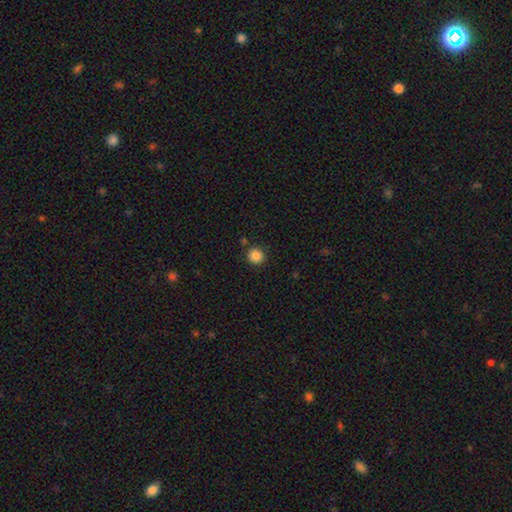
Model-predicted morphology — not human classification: Smooth or featured: smooth — 86% (star or artifact — 10%)
How rounded: round — 95% (in between — 4%)
Merging: none — 89% (minor disturbance — 6%)